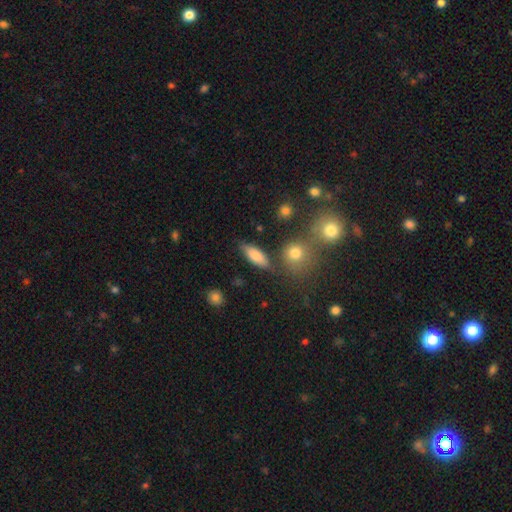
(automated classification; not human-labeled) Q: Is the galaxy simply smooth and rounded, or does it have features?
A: smooth — 78%.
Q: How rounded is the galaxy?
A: in between — 73%.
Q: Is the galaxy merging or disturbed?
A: none — 77%.